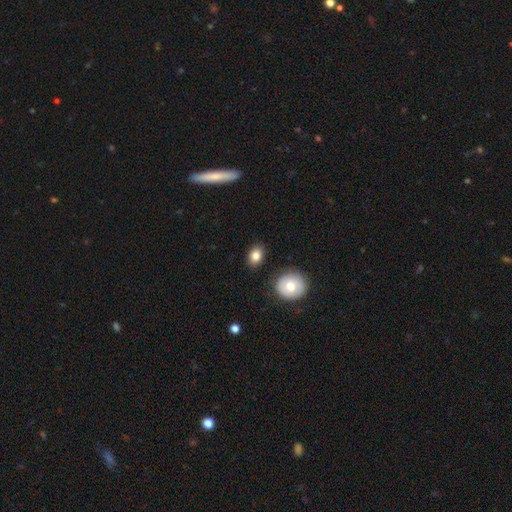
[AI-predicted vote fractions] The model was most divided on "how rounded": in between: 71%, round: 27%, cigar-shaped: 1%. More confident: merging — none (86%); smooth or featured — smooth (83%).